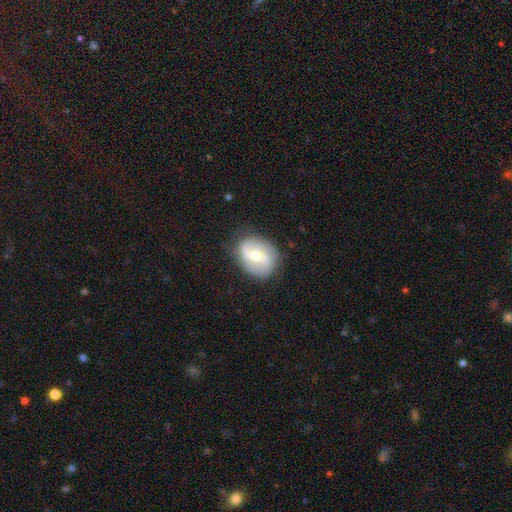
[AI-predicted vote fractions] smooth_or_featured: featured or disk (p=0.71) [alt: smooth p=0.22]
disk_edge_on: no (p=0.97) [alt: yes p=0.03]
bar: weak (p=0.48) [alt: no p=0.29]
has_spiral_arms: yes (p=0.88) [alt: no p=0.12]
spiral_winding: loose (p=0.43) [alt: medium p=0.40]
spiral_arm_count: 2 (p=0.80) [alt: can't tell p=0.10]
bulge_size: moderate (p=0.58) [alt: small p=0.37]
merging: none (p=0.77) [alt: minor disturbance p=0.16]